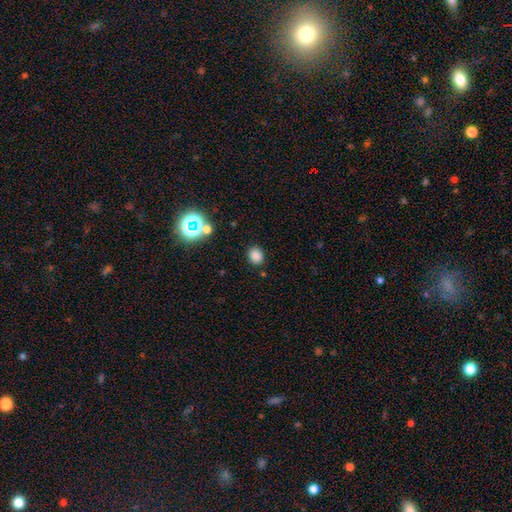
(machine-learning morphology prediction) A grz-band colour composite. It shows a smooth galaxy with no disk features (80%) that is round (53%). Merging: none (85%).